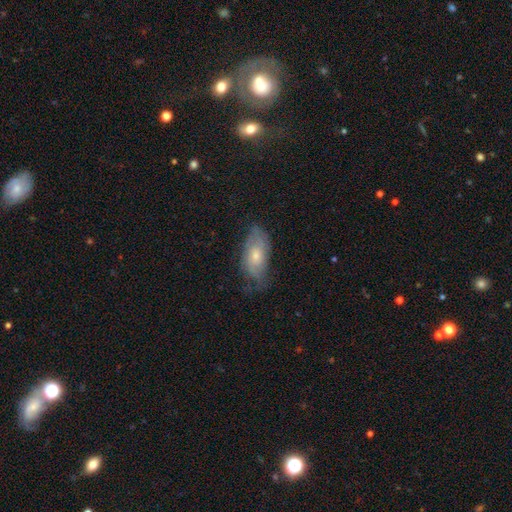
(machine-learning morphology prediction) type=featured or disk (50%); merging=none (59%).